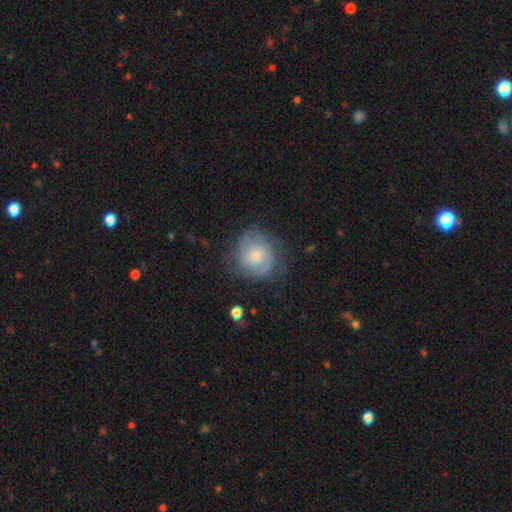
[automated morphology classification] featured or disk 68%, smooth 25%, star or artifact 7%. Down the decision tree: edge-on disk — no (98%); bar — no (70%); spiral arms — yes (92%); spiral arm count — 2 (48%); spiral winding — tight (49%); bulge size — small (55%); merging — none (69%).